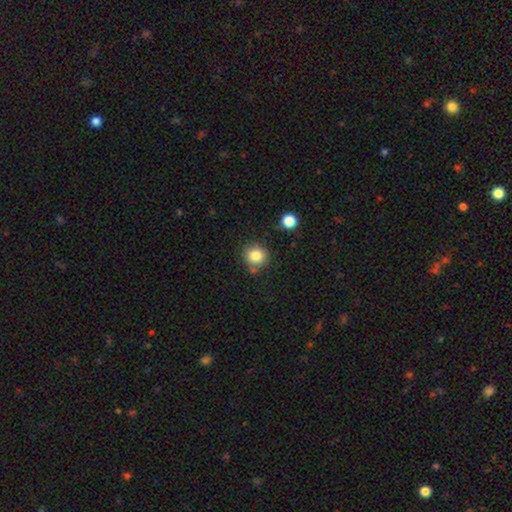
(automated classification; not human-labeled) Smooth or featured?
  - smooth: 83% *
  - star or artifact: 11%
  - featured or disk: 6%
How rounded?
  - round: 89% *
  - in between: 10%
  - cigar-shaped: 1%
Merging?
  - none: 78% *
  - minor disturbance: 12%
  - merger: 7%
  - major disturbance: 3%